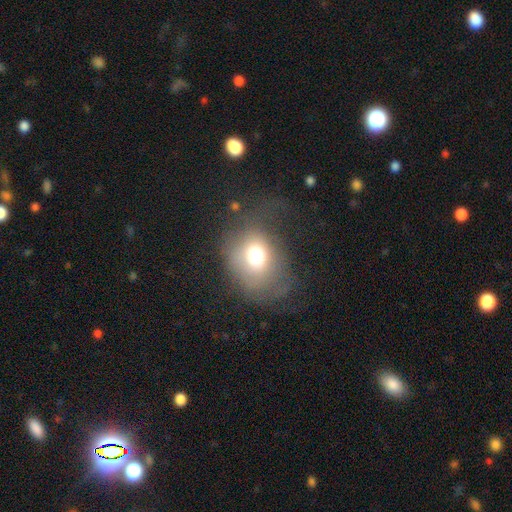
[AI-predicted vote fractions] A smooth galaxy with no disk features (68%) that is round (54%).

Vote fractions:
- Smooth or featured? smooth: 68% / featured or disk: 18% / star or artifact: 14%
- How rounded? round: 54% / in between: 45% / cigar-shaped: 1%
- Merging? none: 46% / major disturbance: 29% / minor disturbance: 23% / merger: 2%